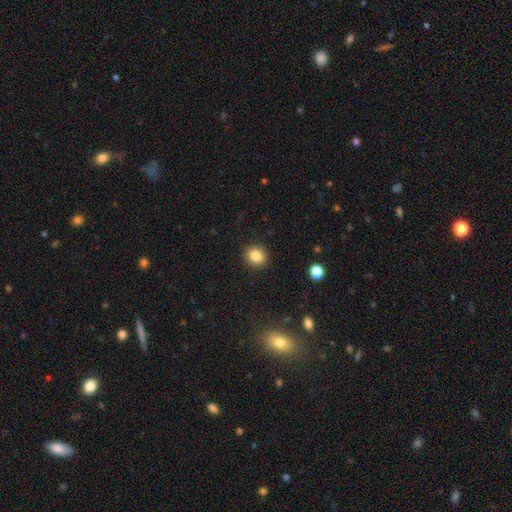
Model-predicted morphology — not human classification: smooth-or-featured: smooth: 85% | star or artifact: 10% | featured or disk: 5%
  how-rounded: round: 71% | in between: 28% | cigar-shaped: 1%
  merging: none: 90% | minor disturbance: 7% | major disturbance: 2% | merger: 1%